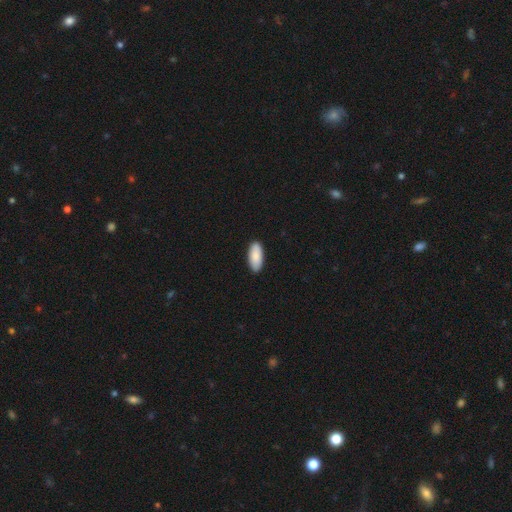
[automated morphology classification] smooth-or-featured: smooth: 89% | featured or disk: 6% | star or artifact: 5%
  how-rounded: in between: 89% | cigar-shaped: 9% | round: 2%
  merging: none: 90% | minor disturbance: 8% | major disturbance: 1% | merger: 1%